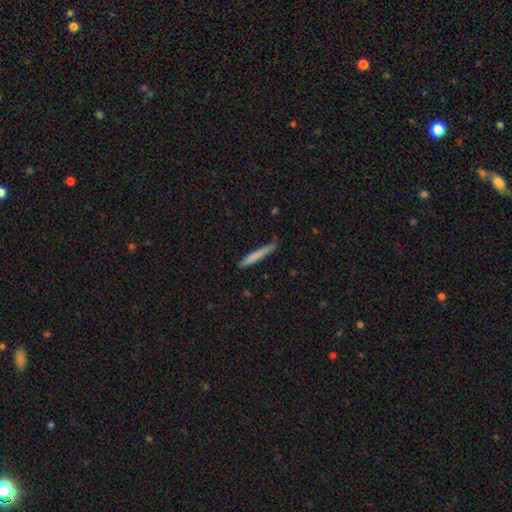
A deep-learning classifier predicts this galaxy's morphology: A smooth galaxy with no disk features (75%) that is cigar-shaped (96%).

Vote fractions:
- Smooth or featured? smooth: 75% / featured or disk: 20% / star or artifact: 6%
- How rounded? cigar-shaped: 96% / in between: 3% / round: 1%
- Merging? none: 83% / minor disturbance: 13% / major disturbance: 2% / merger: 2%